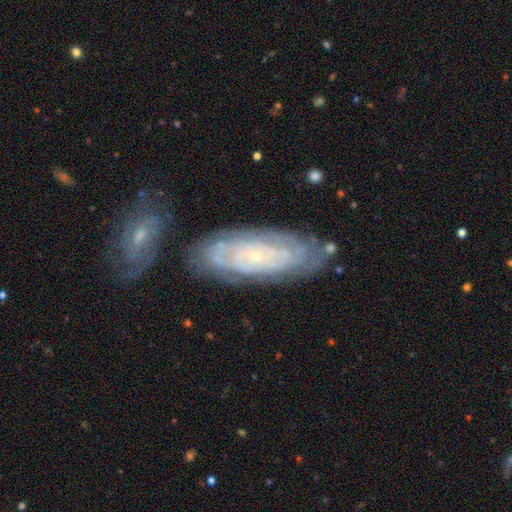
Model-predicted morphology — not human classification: Smooth or featured? Predicted: featured or disk (p=0.80). Edge-on disk? Predicted: no (p=0.90). Bar? Predicted: no (p=0.78). Spiral arms? Predicted: yes (p=0.94). Spiral winding? Predicted: tight (p=0.84). Spiral arm count? Predicted: can't tell (p=0.48). Bulge size? Predicted: small (p=0.87). Merging? Predicted: none (p=0.75).